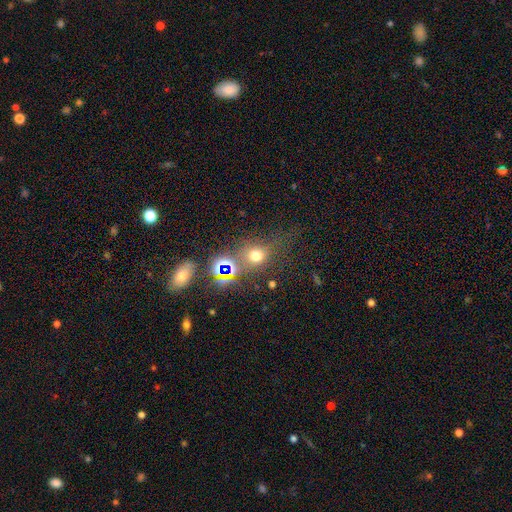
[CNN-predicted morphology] Smooth or featured? Predicted: smooth (p=0.58). How rounded? Predicted: round (p=0.69). Merging? Predicted: none (p=0.63).